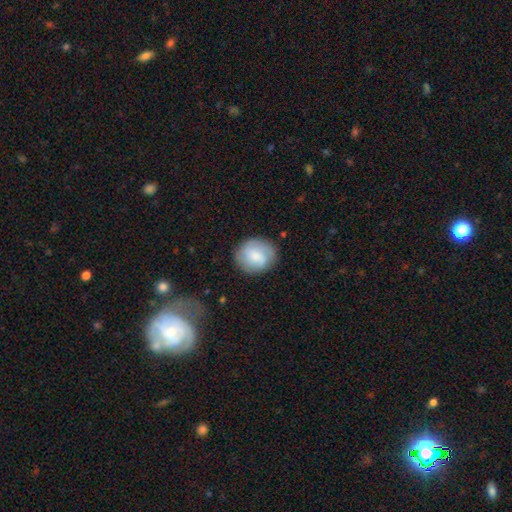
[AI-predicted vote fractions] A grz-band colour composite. It shows a smooth galaxy with no disk features (72%) that is round (77%). Merging: none (81%).